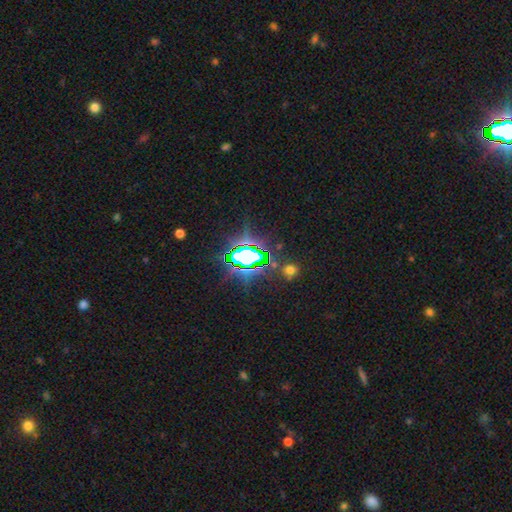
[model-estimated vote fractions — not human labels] star or artifact 83%, smooth 10%, featured or disk 7%.